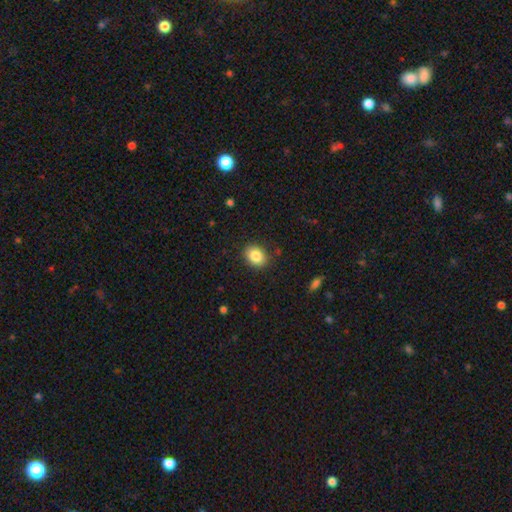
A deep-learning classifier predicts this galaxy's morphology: Smooth or featured?
  - smooth: 85% *
  - star or artifact: 9%
  - featured or disk: 6%
How rounded?
  - in between: 61% *
  - round: 38%
  - cigar-shaped: 1%
Merging?
  - none: 87% *
  - minor disturbance: 9%
  - major disturbance: 3%
  - merger: 1%